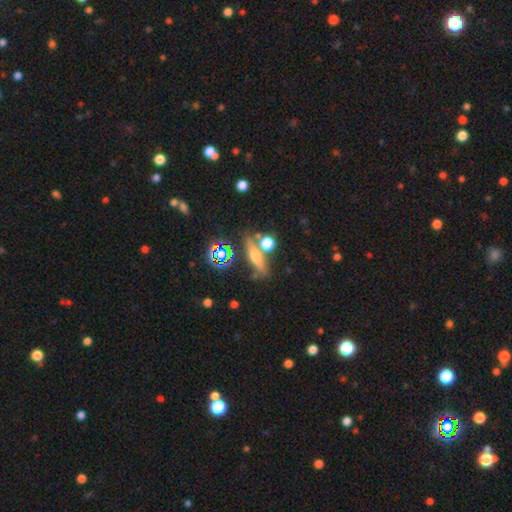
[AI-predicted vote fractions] Smooth or featured? Predicted: featured or disk (p=0.43). Merging? Predicted: none (p=0.75).